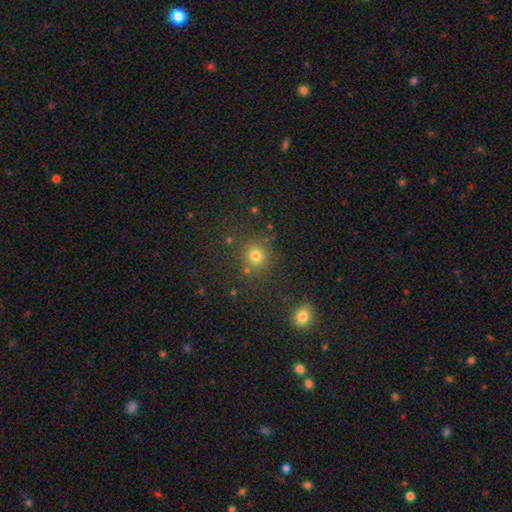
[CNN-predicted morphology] A smooth galaxy with no disk features (75%) that is round (89%). Merging: none (81%).